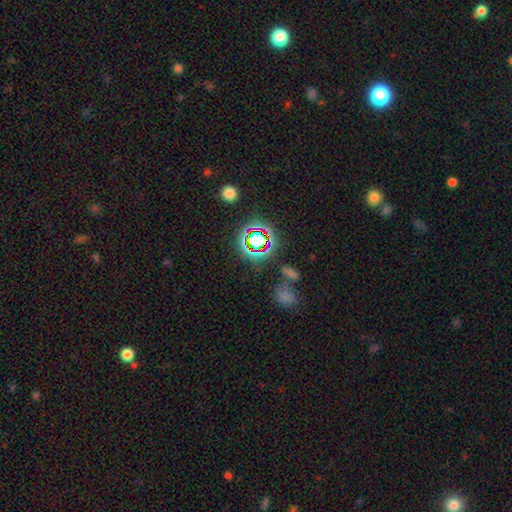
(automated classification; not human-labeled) A star or artifact, not a galaxy (70%).

Vote fractions:
- Smooth or featured? star or artifact: 70% / smooth: 19% / featured or disk: 10%